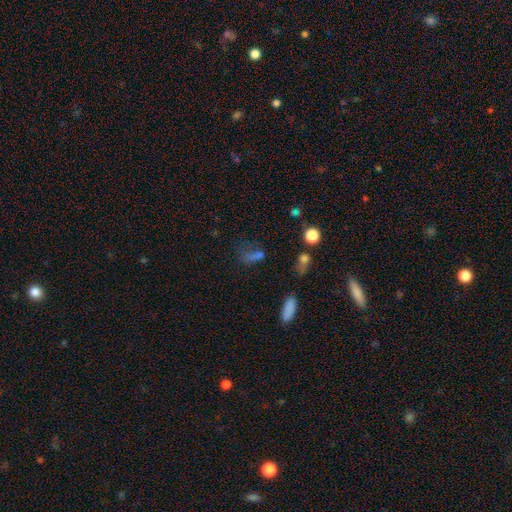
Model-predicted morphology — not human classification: Overall: smooth (55%; star or artifact 27%). How rounded: in between (54%; cigar-shaped 24%). Merging: none (47%; major disturbance 24%).